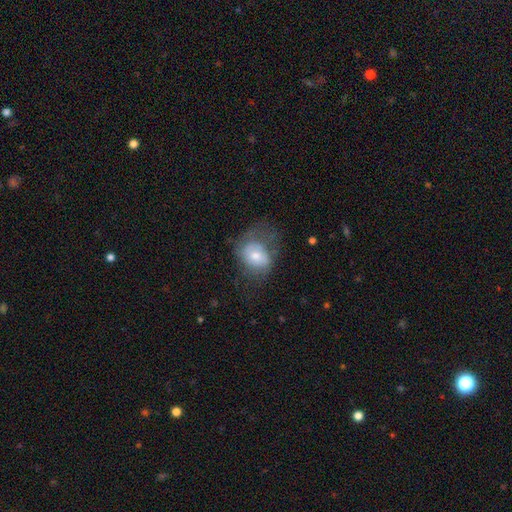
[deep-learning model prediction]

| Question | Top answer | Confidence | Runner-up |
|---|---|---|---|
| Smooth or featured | smooth | 54% | featured or disk (38%) |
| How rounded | in between | 56% | round (43%) |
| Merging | none | 39% | major disturbance (32%) |